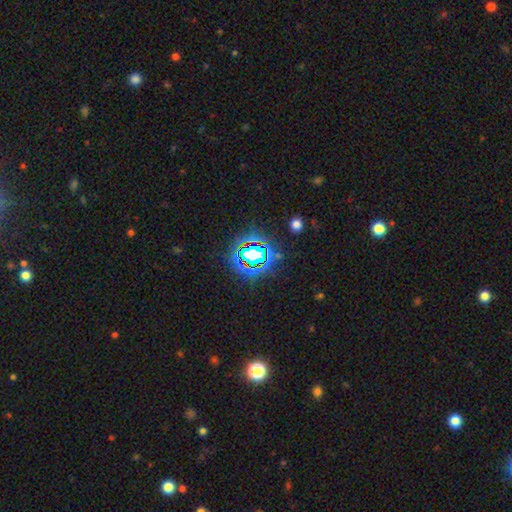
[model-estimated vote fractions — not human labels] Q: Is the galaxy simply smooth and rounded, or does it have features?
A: star or artifact — 76%.